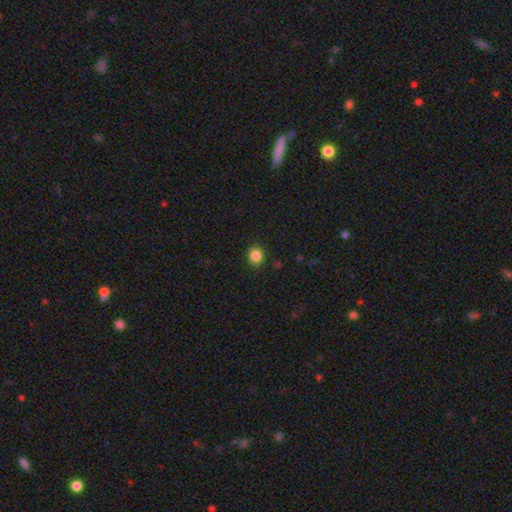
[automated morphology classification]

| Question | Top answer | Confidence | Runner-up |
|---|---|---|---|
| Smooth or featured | smooth | 85% | star or artifact (11%) |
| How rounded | round | 82% | in between (17%) |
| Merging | none | 89% | minor disturbance (7%) |